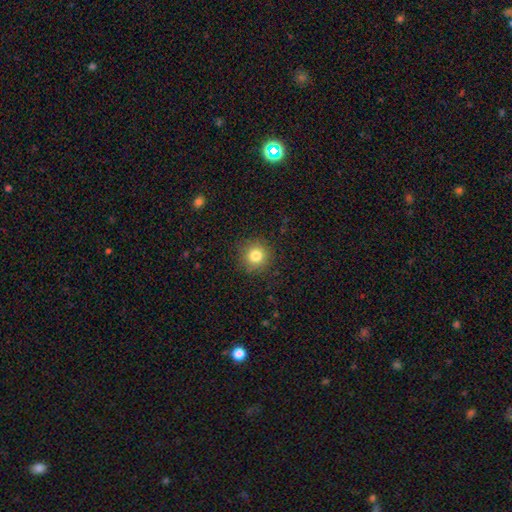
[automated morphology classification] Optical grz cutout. It shows a smooth galaxy with no disk features (81%) that is round (94%). Merging: none (88%).